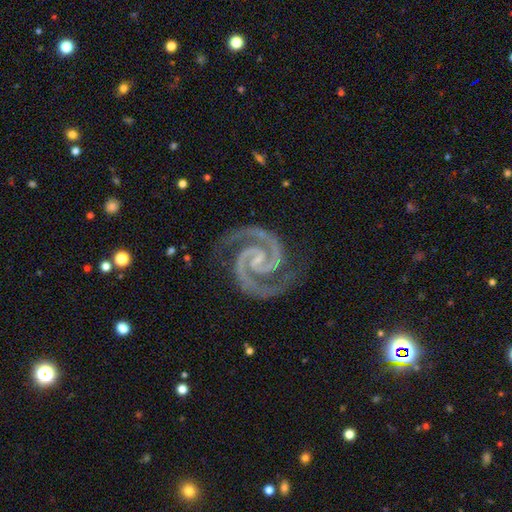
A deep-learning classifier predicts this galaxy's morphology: type=featured or disk (94%); edge-on=no (98%); bar=no (47%); spiral arms=yes (99%); winding=tight (57%); arm count=2 (93%); bulge=small (68%); merging=none (84%).